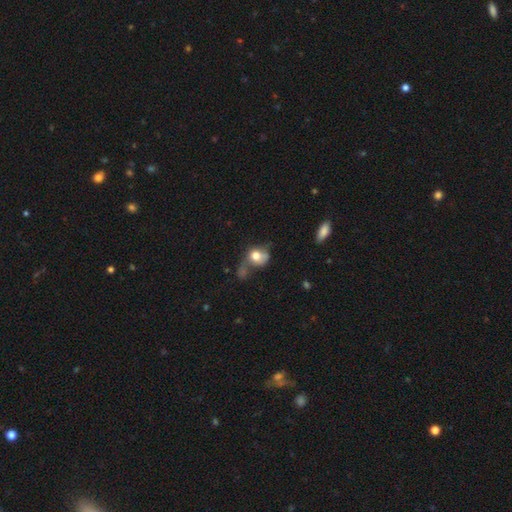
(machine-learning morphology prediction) This appears to be a smooth galaxy with no disk features (67%) that is round (52%). Merging: major disturbance (35%).